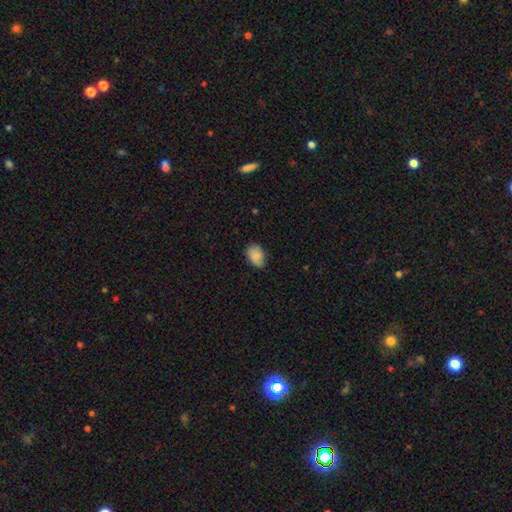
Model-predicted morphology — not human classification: A smooth galaxy with no disk features (83%) that is in between round and cigar-shaped (86%). Merging: none (75%).